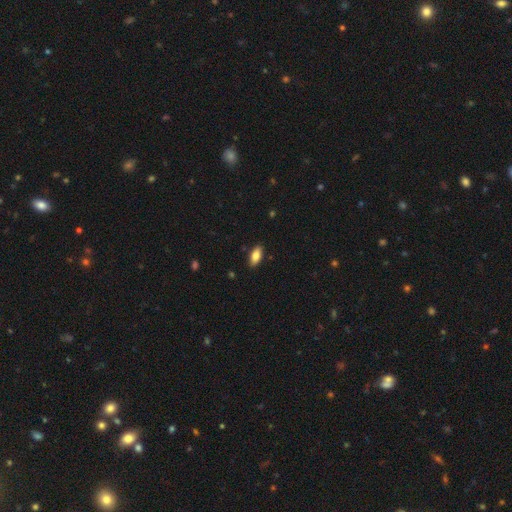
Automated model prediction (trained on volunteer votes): A smooth galaxy with no disk features (82%) that is in between round and cigar-shaped (89%). Merging: none (88%).